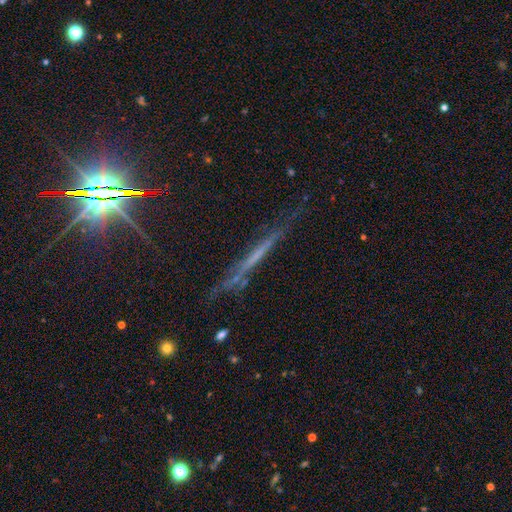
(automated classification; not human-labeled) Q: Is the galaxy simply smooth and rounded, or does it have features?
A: featured or disk — 52%.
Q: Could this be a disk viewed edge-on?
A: yes — 91%.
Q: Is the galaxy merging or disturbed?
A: none — 71%.